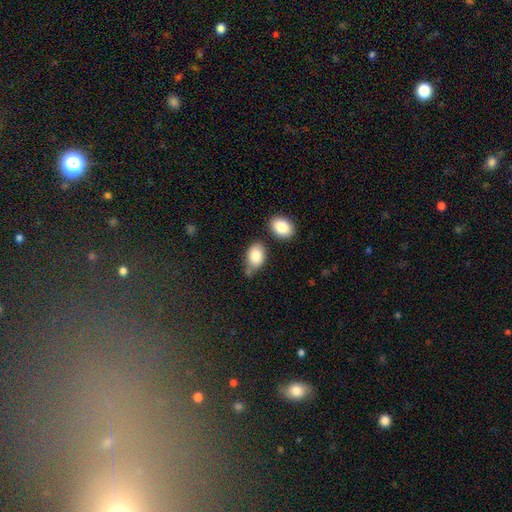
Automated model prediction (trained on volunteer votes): Q: Smooth or featured?
A: smooth (84%); runner-up: featured or disk (9%)
Q: How rounded?
A: in between (85%); runner-up: round (13%)
Q: Merging?
A: none (52%); runner-up: minor disturbance (25%)